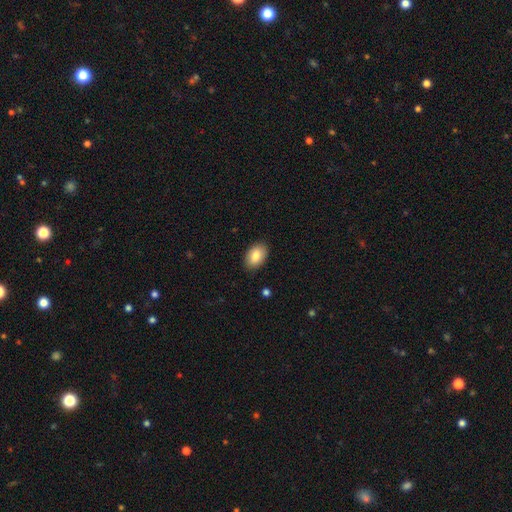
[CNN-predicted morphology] Q: Smooth or featured?
A: smooth (85%); runner-up: featured or disk (8%)
Q: How rounded?
A: in between (90%); runner-up: round (9%)
Q: Merging?
A: none (88%); runner-up: minor disturbance (9%)